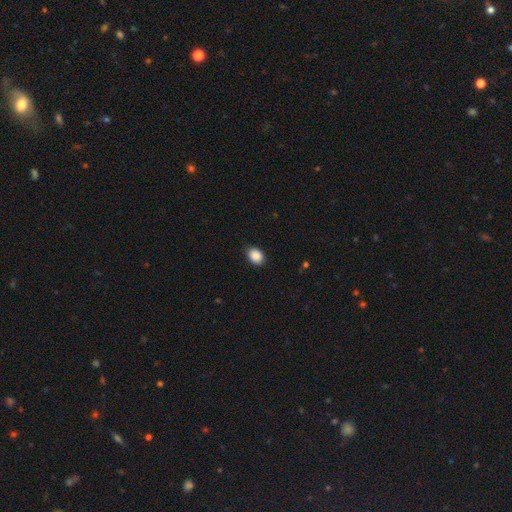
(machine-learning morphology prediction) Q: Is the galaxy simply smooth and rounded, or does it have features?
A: smooth — 89%.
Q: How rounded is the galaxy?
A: in between — 67%.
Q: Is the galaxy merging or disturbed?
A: none — 85%.